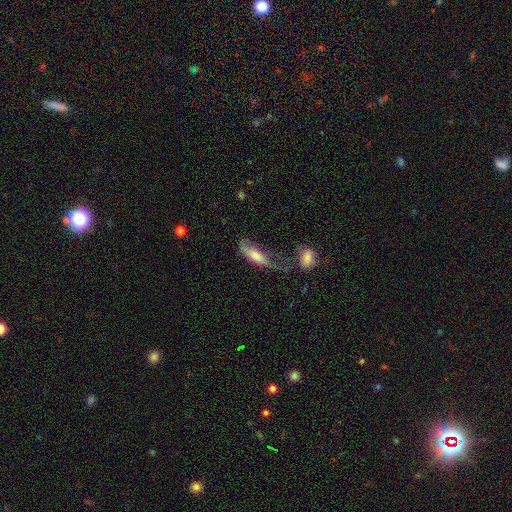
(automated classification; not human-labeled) Smooth or featured: smooth — 69% (featured or disk — 24%)
How rounded: in between — 53% (cigar-shaped — 44%)
Merging: major disturbance — 31% (none — 25%)